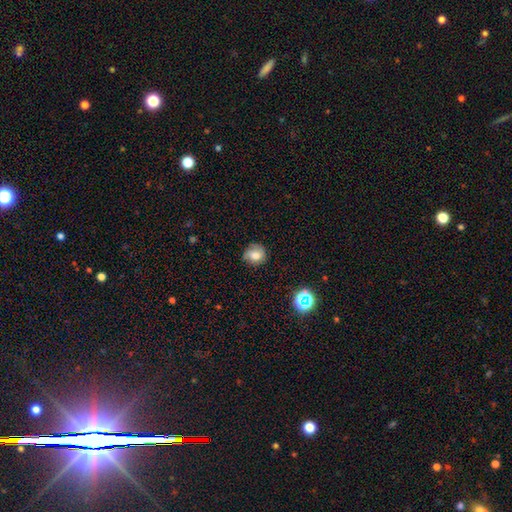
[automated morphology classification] Smooth or featured?
  - smooth: 68% *
  - featured or disk: 19%
  - star or artifact: 13%
How rounded?
  - round: 80% *
  - in between: 19%
  - cigar-shaped: 1%
Merging?
  - none: 72% *
  - minor disturbance: 22%
  - major disturbance: 5%
  - merger: 1%